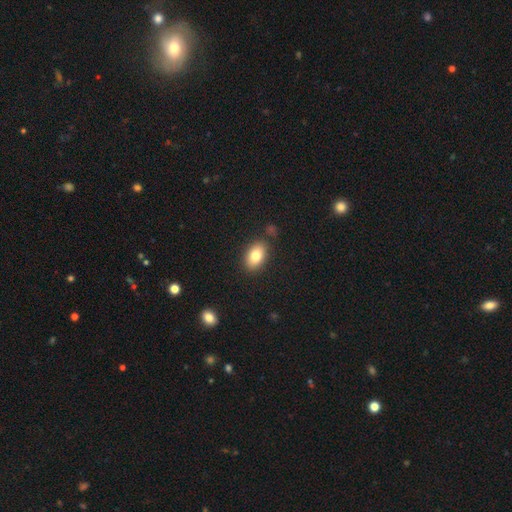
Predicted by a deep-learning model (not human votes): Smooth or featured? Predicted: smooth (p=0.80). How rounded? Predicted: in between (p=0.88). Merging? Predicted: none (p=0.84).